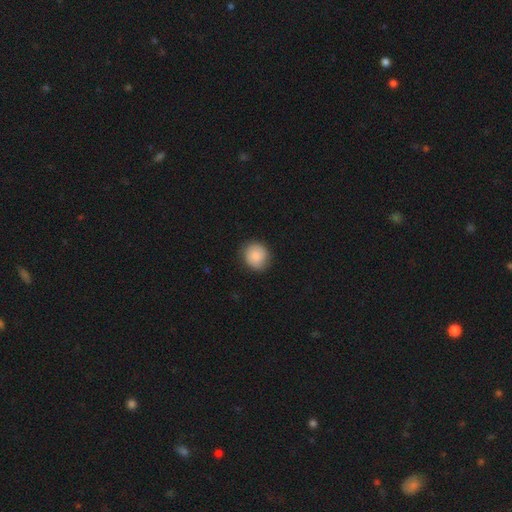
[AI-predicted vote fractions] A smooth galaxy with no disk features (88%) that is round (86%). Merging: none (87%).